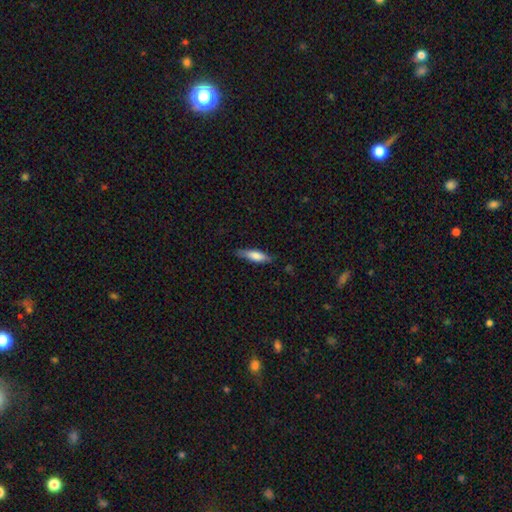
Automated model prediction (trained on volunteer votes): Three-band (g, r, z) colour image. It shows a smooth galaxy with no disk features (73%) that is cigar-shaped (66%). Merging: none (77%).